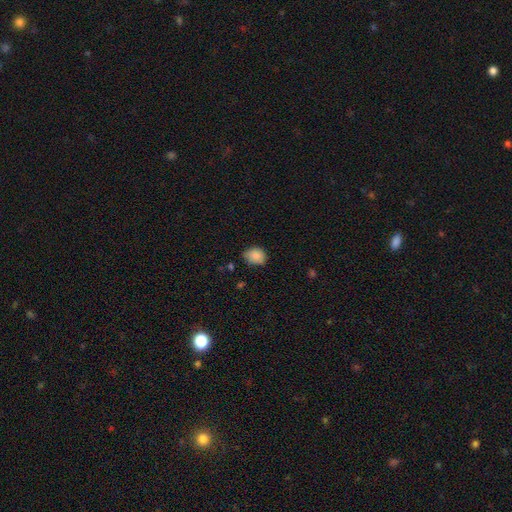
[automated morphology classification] type=smooth (87%); roundness=round (51%); merging=none (73%).